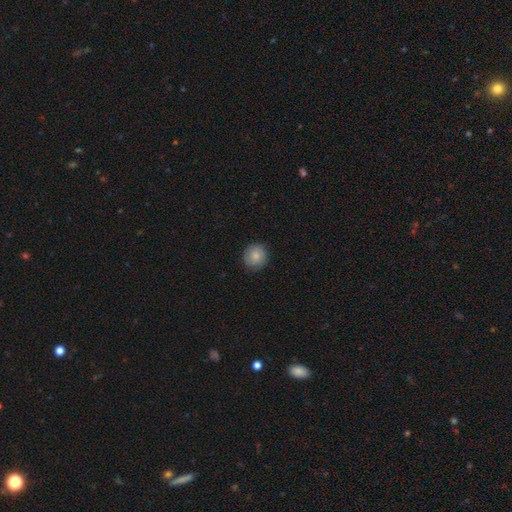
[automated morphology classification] Smooth or featured?
  - smooth: 81% *
  - featured or disk: 12%
  - star or artifact: 7%
How rounded?
  - round: 90% *
  - in between: 9%
  - cigar-shaped: 1%
Merging?
  - none: 86% *
  - minor disturbance: 11%
  - major disturbance: 2%
  - merger: 1%